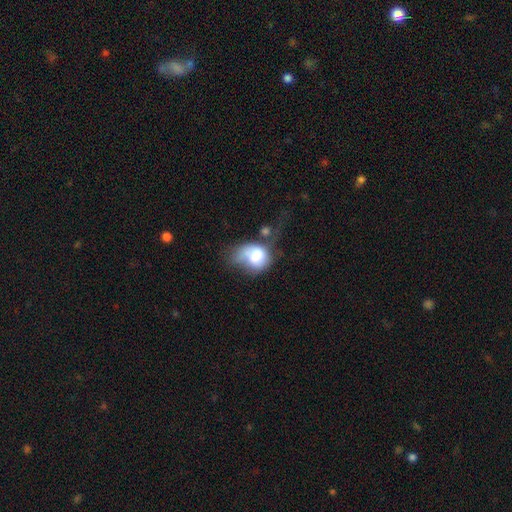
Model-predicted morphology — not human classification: Smooth or featured? smooth (68%)
How rounded? in between (58%)
Merging? major disturbance (41%)